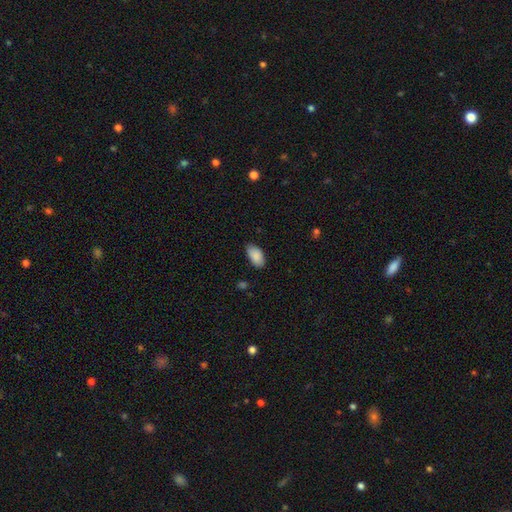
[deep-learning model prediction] A smooth galaxy with no disk features (89%) that is in between round and cigar-shaped (95%).

Vote fractions:
- Smooth or featured? smooth: 89% / star or artifact: 7% / featured or disk: 5%
- How rounded? in between: 95% / round: 4% / cigar-shaped: 2%
- Merging? none: 80% / minor disturbance: 16% / major disturbance: 3% / merger: 1%